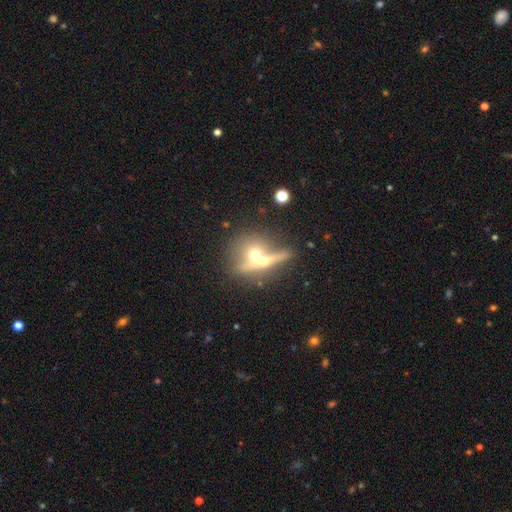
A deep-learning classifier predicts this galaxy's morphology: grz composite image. It shows a smooth galaxy with no disk features (49%). Merging: merger (52%).